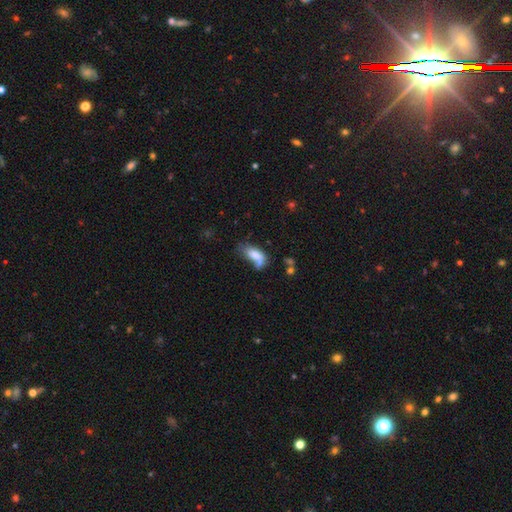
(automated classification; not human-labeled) This appears to be a smooth galaxy with no disk features (72%) that is in between round and cigar-shaped (85%). Merging: none (32%).